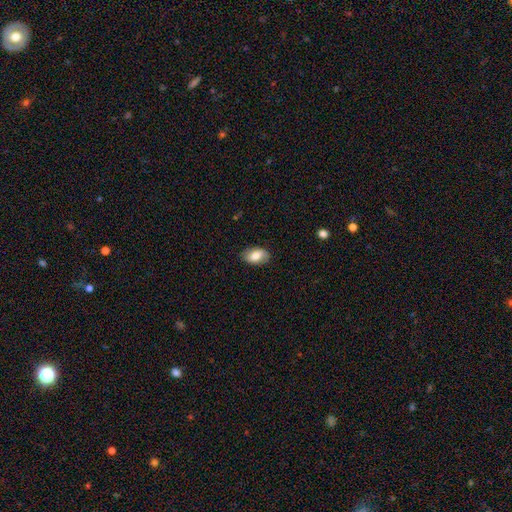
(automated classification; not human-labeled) smooth_or_featured: smooth (p=0.71) [alt: featured or disk p=0.22]
how_rounded: in between (p=0.90) [alt: round p=0.09]
merging: none (p=0.79) [alt: minor disturbance p=0.16]